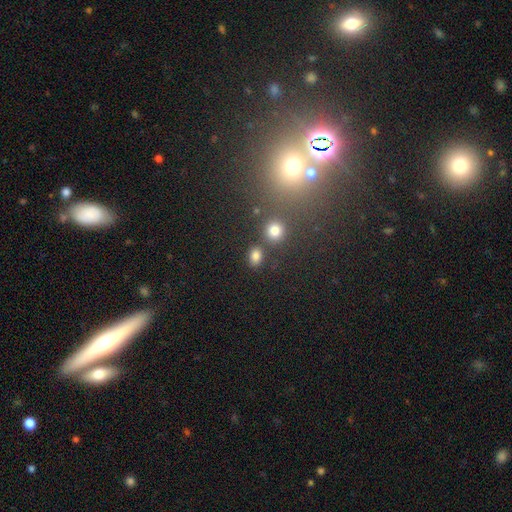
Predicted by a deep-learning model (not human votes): Smooth or featured: smooth — 80% (star or artifact — 14%)
How rounded: in between — 64% (round — 34%)
Merging: none — 73% (merger — 12%)